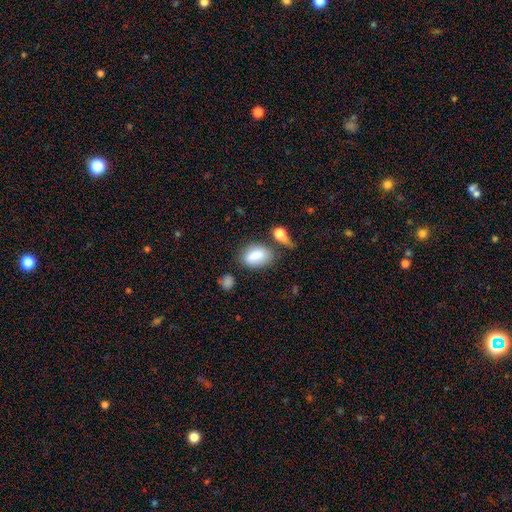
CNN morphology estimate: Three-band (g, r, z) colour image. It shows a smooth galaxy with no disk features (81%) that is in between round and cigar-shaped (88%). Merging: none (56%).